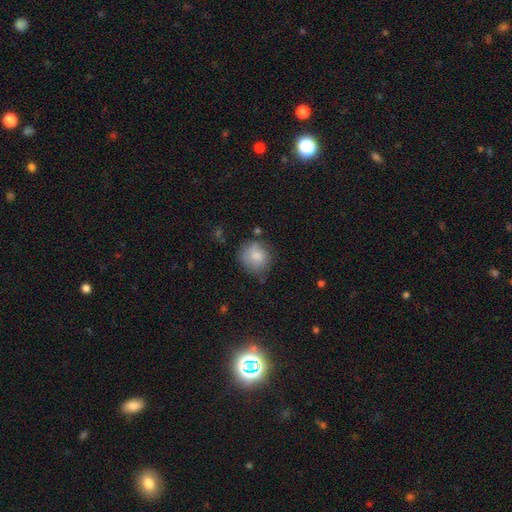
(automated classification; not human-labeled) Q: Smooth or featured?
A: smooth (76%); runner-up: featured or disk (17%)
Q: How rounded?
A: round (85%); runner-up: in between (14%)
Q: Merging?
A: none (66%); runner-up: minor disturbance (24%)